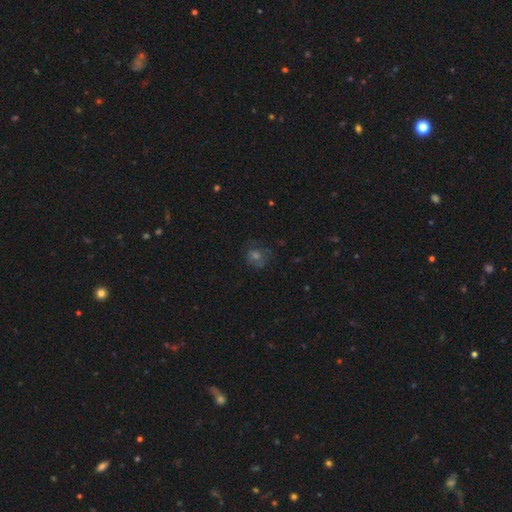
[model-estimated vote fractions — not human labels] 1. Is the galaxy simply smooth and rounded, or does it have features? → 50% smooth, 29% star or artifact, 22% featured or disk.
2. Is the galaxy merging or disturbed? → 70% none, 18% minor disturbance, 10% major disturbance, 2% merger.